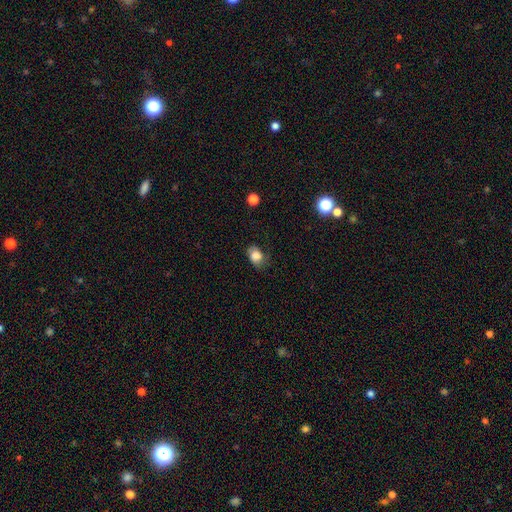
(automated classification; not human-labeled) Smooth or featured?
  - smooth: 82% *
  - featured or disk: 9%
  - star or artifact: 9%
How rounded?
  - in between: 72% *
  - round: 27%
  - cigar-shaped: 1%
Merging?
  - none: 63% *
  - minor disturbance: 27%
  - major disturbance: 9%
  - merger: 1%